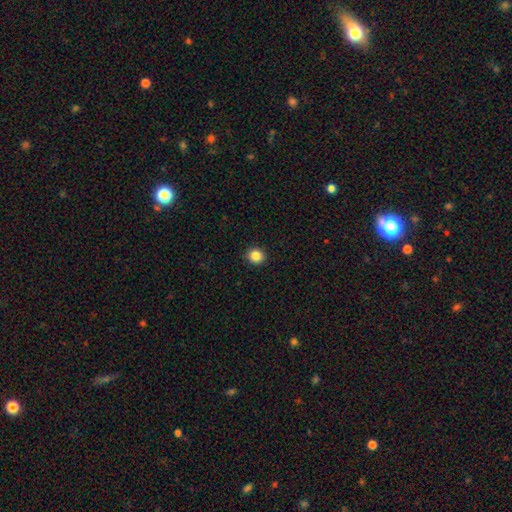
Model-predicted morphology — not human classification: A smooth galaxy with no disk features (85%) that is round (91%). Merging: none (93%).